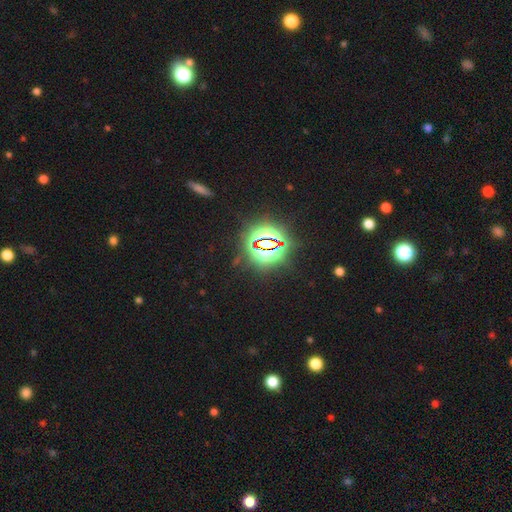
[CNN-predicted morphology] Q: Smooth or featured?
A: star or artifact (83%); runner-up: smooth (11%)